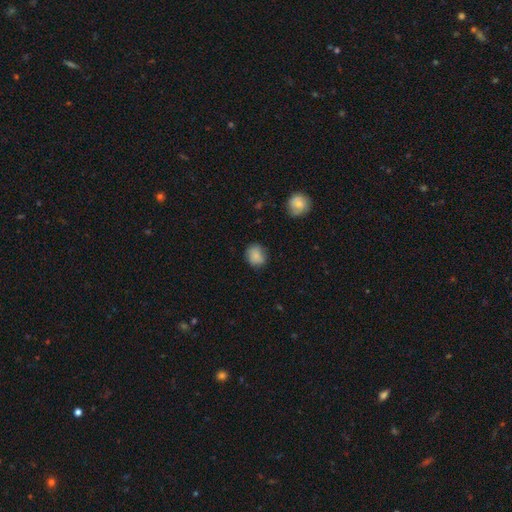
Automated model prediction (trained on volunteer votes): This appears to be a smooth galaxy with no disk features (82%) that is round (66%). Merging: none (74%).